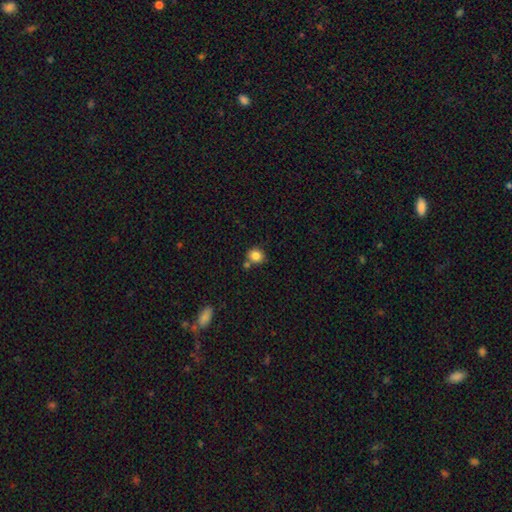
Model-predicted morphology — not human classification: Smooth or featured: smooth — 84% (star or artifact — 10%)
How rounded: round — 79% (in between — 20%)
Merging: none — 67% (merger — 17%)